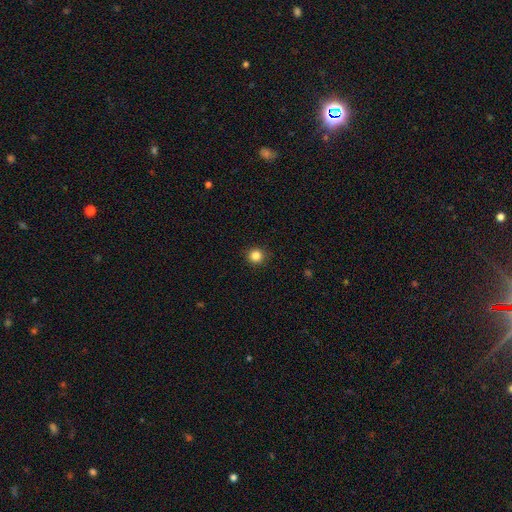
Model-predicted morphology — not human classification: Smooth or featured?
  - smooth: 85% *
  - star or artifact: 11%
  - featured or disk: 4%
How rounded?
  - round: 94% *
  - in between: 5%
  - cigar-shaped: 1%
Merging?
  - none: 91% *
  - minor disturbance: 6%
  - major disturbance: 2%
  - merger: 1%